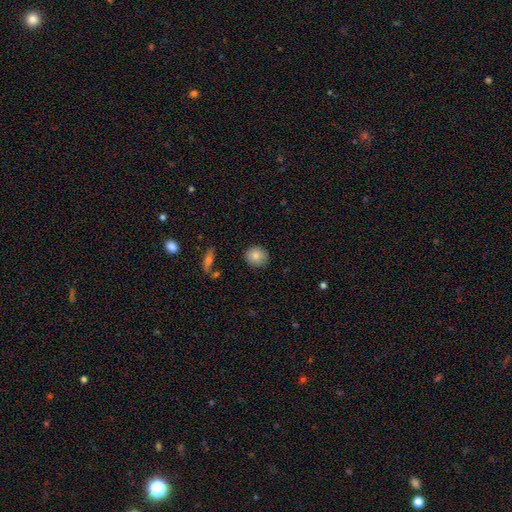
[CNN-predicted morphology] Smooth or featured?
  - smooth: 84% *
  - star or artifact: 8%
  - featured or disk: 8%
How rounded?
  - round: 82% *
  - in between: 17%
  - cigar-shaped: 1%
Merging?
  - none: 89% *
  - minor disturbance: 8%
  - major disturbance: 2%
  - merger: 1%